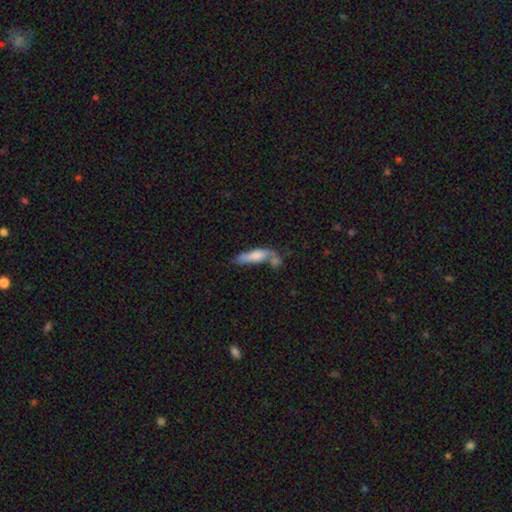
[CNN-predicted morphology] A smooth galaxy with no disk features (68%) that is cigar-shaped (61%).

Vote fractions:
- Smooth or featured? smooth: 68% / featured or disk: 25% / star or artifact: 7%
- How rounded? cigar-shaped: 61% / in between: 36% / round: 3%
- Merging? none: 36% / merger: 32% / minor disturbance: 20% / major disturbance: 12%